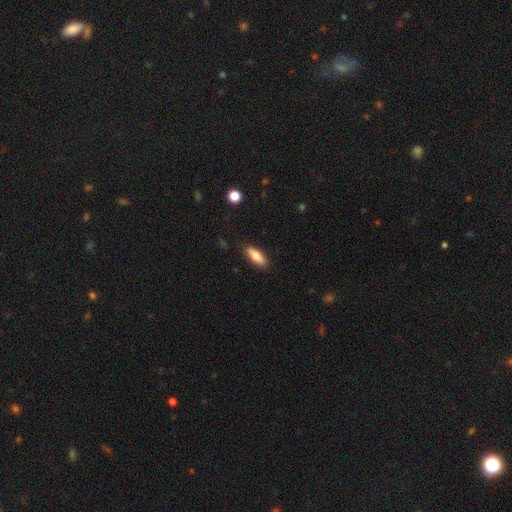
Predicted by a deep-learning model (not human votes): Smooth or featured? Predicted: smooth (p=0.77). How rounded? Predicted: in between (p=0.66). Merging? Predicted: none (p=0.85).